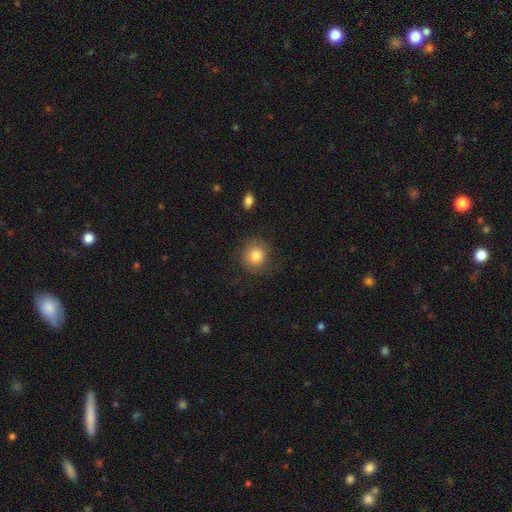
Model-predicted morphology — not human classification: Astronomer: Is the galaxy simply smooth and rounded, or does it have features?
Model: smooth — 83%.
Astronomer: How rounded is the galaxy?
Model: round — 88%.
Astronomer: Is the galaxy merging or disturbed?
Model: none — 79%.